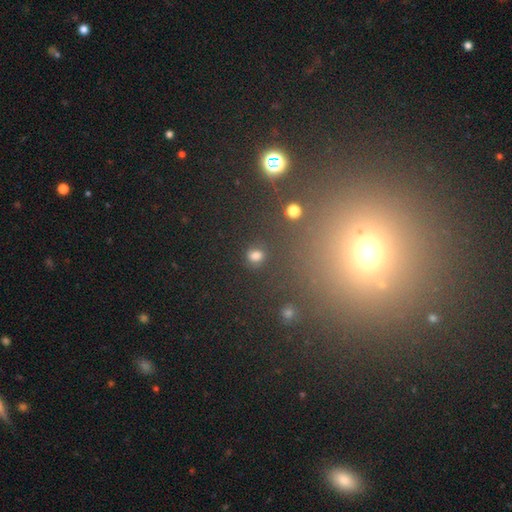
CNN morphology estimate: type=smooth (74%); roundness=round (68%); merging=none (78%).